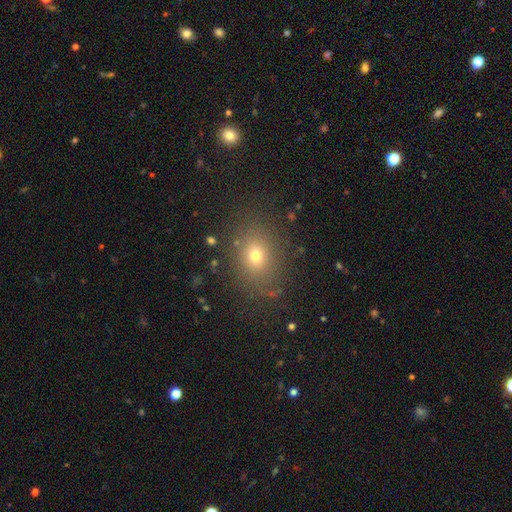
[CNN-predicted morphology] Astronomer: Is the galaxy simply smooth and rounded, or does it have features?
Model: smooth — 69%.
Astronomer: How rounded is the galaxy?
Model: round — 53% (runner-up: in between, 46%).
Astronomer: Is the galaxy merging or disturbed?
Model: none — 83%.